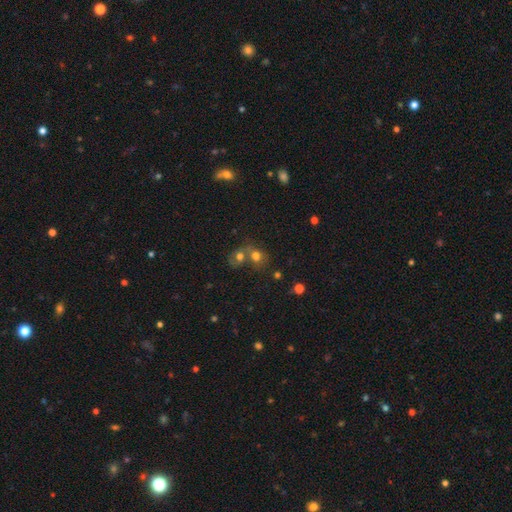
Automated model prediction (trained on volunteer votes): Smooth or featured: smooth — 69% (featured or disk — 16%)
How rounded: round — 62% (in between — 37%)
Merging: merger — 61% (none — 28%)